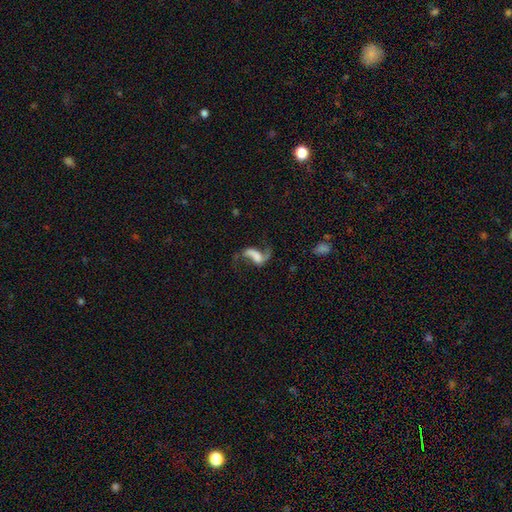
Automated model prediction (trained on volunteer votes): Smooth or featured?
  - featured or disk: 78% *
  - smooth: 13%
  - star or artifact: 9%
Edge-on disk?
  - no: 97% *
  - yes: 3%
Bar?
  - no: 38% *
  - weak: 36%
  - strong: 26%
Spiral arms?
  - yes: 92% *
  - no: 8%
Spiral winding?
  - loose: 84% *
  - medium: 13%
  - tight: 3%
Spiral arm count?
  - 2: 88% *
  - 1: 8%
  - can't tell: 2%
  - 3: 1%
  - 4: 1%
  - more than 4: 1%
Bulge size?
  - none: 43% *
  - small: 19%
  - large: 17%
  - moderate: 16%
  - dominant: 5%
Merging?
  - none: 53% *
  - major disturbance: 25%
  - minor disturbance: 15%
  - merger: 8%